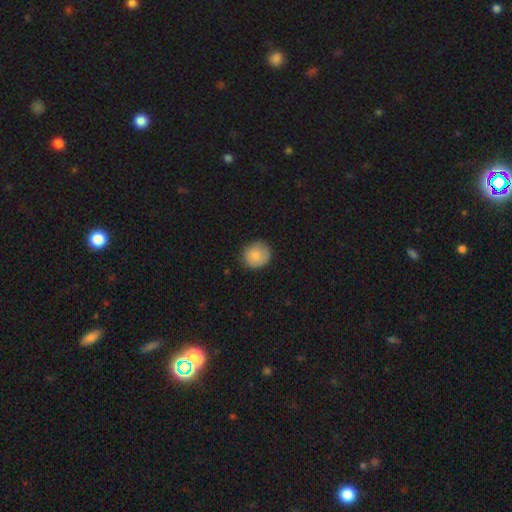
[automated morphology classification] A smooth galaxy with no disk features (81%) that is round (83%).

Vote fractions:
- Smooth or featured? smooth: 81% / featured or disk: 11% / star or artifact: 8%
- How rounded? round: 83% / in between: 16% / cigar-shaped: 1%
- Merging? none: 82% / minor disturbance: 14% / major disturbance: 3% / merger: 1%